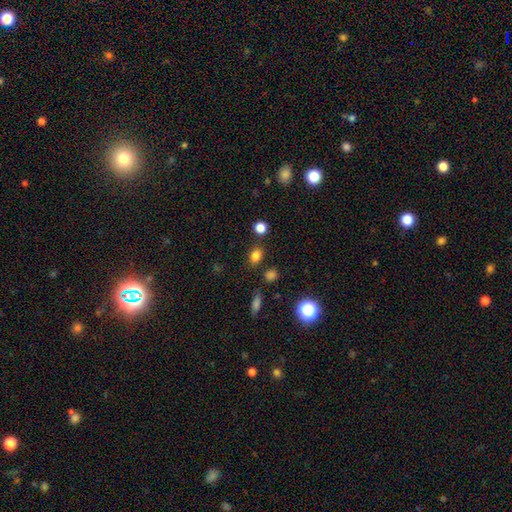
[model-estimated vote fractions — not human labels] This is clearly a smooth galaxy (81%). How rounded: likely in between (61%). Merging: clearly none (81%).